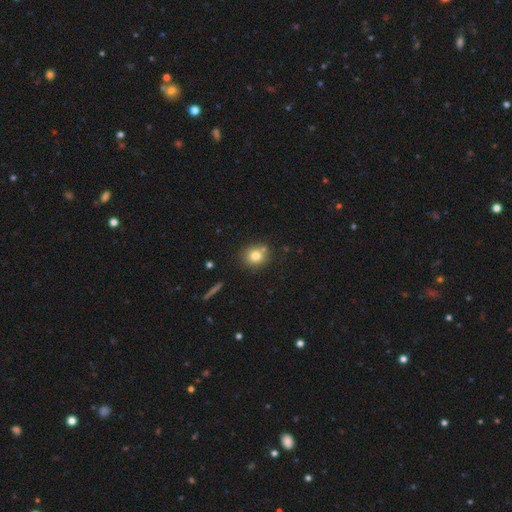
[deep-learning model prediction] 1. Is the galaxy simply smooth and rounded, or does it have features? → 78% smooth, 12% star or artifact, 10% featured or disk.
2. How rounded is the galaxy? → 83% round, 16% in between, 1% cigar-shaped.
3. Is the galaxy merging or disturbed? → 74% none, 12% merger, 11% minor disturbance, 3% major disturbance.